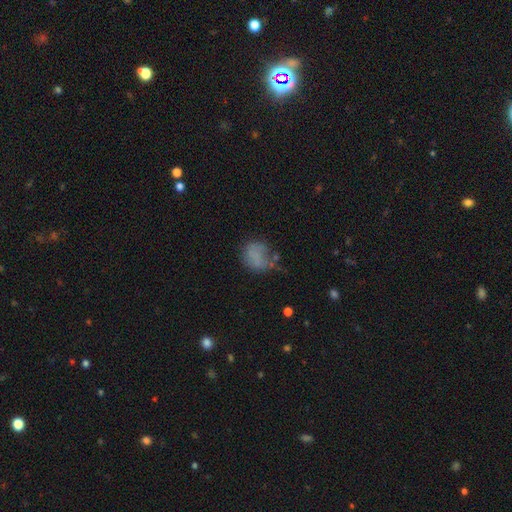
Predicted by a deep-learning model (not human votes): A smooth galaxy with no disk features (67%) that is round (55%).

Vote fractions:
- Smooth or featured? smooth: 67% / featured or disk: 20% / star or artifact: 13%
- How rounded? round: 55% / in between: 43% / cigar-shaped: 1%
- Merging? none: 39% / minor disturbance: 28% / major disturbance: 27% / merger: 6%